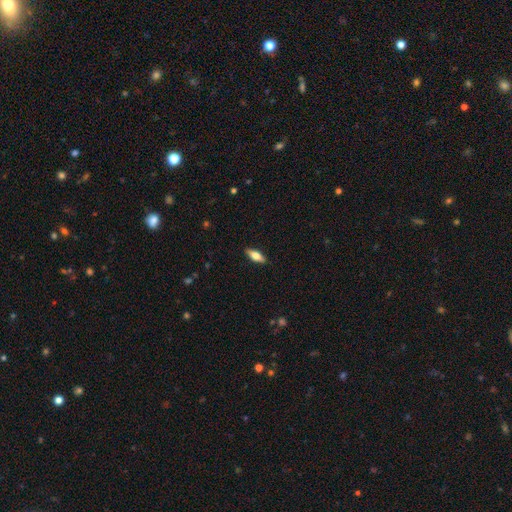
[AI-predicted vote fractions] Morphology: type=smooth (60%); roundness=in between (65%); merging=none (89%).